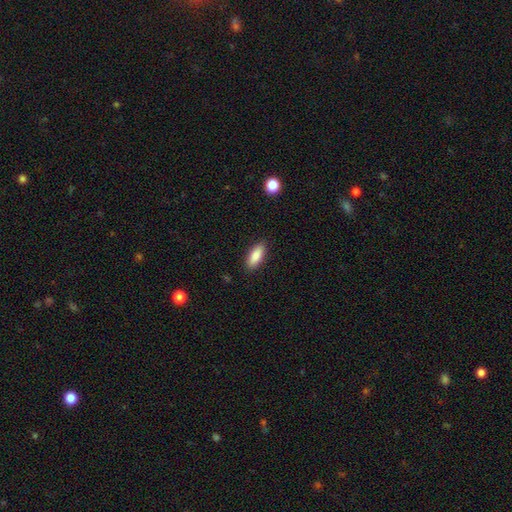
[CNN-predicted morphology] smooth-or-featured: smooth: 85% | featured or disk: 9% | star or artifact: 6%
  how-rounded: in between: 74% | cigar-shaped: 24% | round: 2%
  merging: none: 89% | minor disturbance: 8% | major disturbance: 2% | merger: 1%